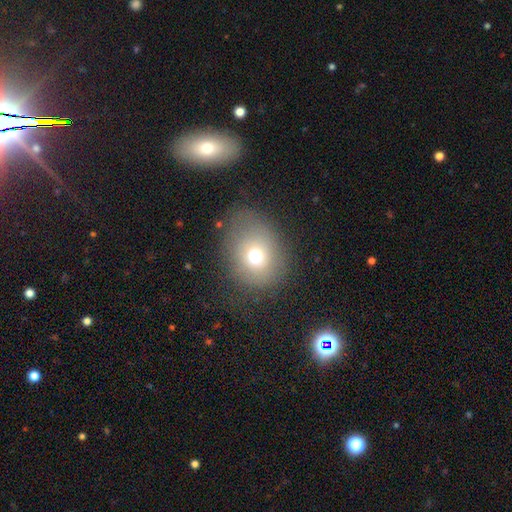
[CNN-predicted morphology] Smooth or featured?
  - smooth: 69% *
  - star or artifact: 16%
  - featured or disk: 15%
How rounded?
  - round: 65% *
  - in between: 34%
  - cigar-shaped: 1%
Merging?
  - none: 68% *
  - minor disturbance: 17%
  - major disturbance: 13%
  - merger: 2%